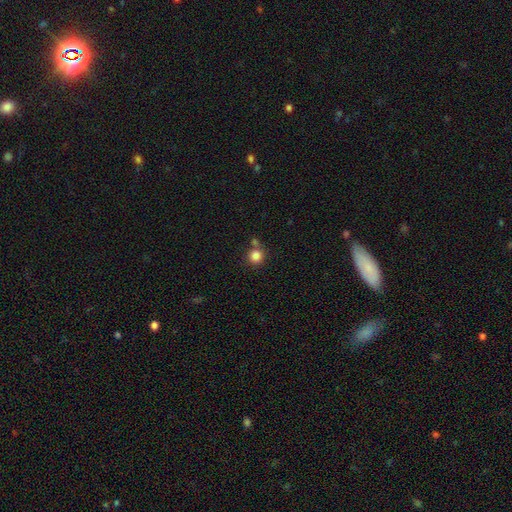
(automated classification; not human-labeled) The model was most divided on "merging": none: 69%, merger: 19%, minor disturbance: 9%, major disturbance: 3%. More confident: how rounded — round (92%); smooth or featured — smooth (84%).